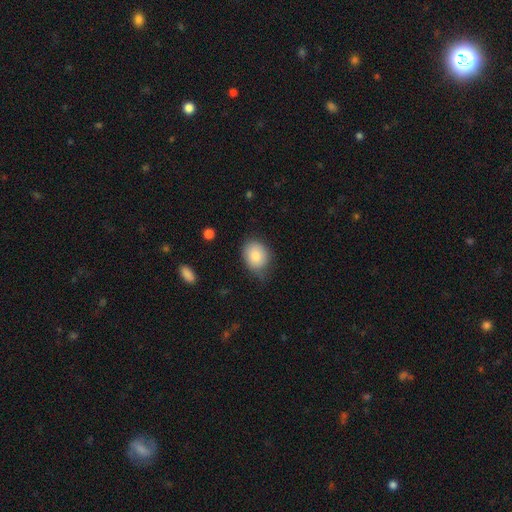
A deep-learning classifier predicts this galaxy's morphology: Smooth or featured? Predicted: smooth (p=0.83). How rounded? Predicted: round (p=0.54). Merging? Predicted: none (p=0.60).